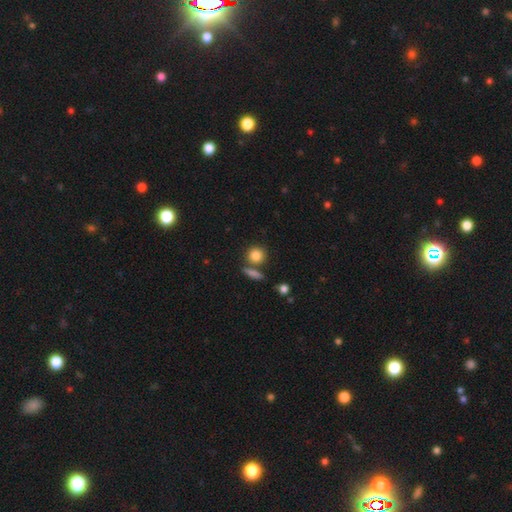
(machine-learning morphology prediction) smooth_or_featured: smooth (p=0.84) [alt: star or artifact p=0.09]
how_rounded: round (p=0.82) [alt: in between p=0.15]
merging: none (p=0.71) [alt: merger p=0.16]